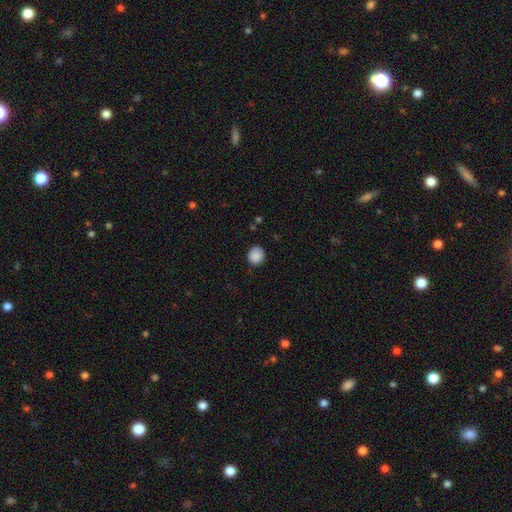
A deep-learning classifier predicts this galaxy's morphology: smooth-or-featured: smooth: 88% | star or artifact: 9% | featured or disk: 3%
  how-rounded: round: 85% | in between: 14% | cigar-shaped: 1%
  merging: none: 88% | minor disturbance: 9% | major disturbance: 2% | merger: 1%